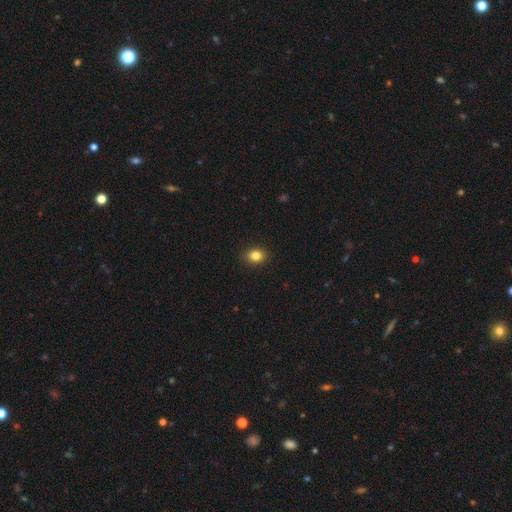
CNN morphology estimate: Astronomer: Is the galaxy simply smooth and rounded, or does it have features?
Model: smooth — 84%.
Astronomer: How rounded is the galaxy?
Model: in between — 54% (runner-up: round, 45%).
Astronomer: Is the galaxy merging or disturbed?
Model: none — 90%.